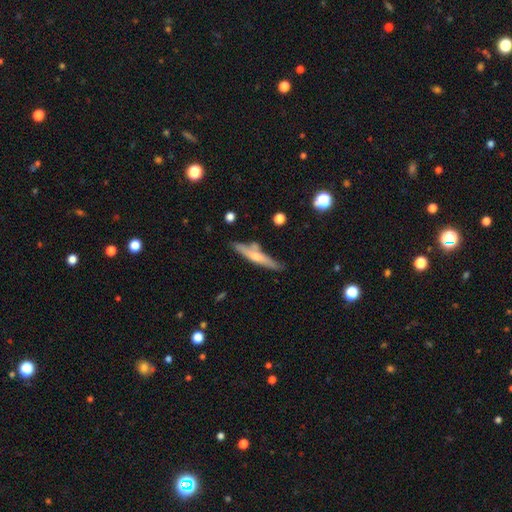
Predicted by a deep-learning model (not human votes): A featured or disk galaxy (54%) viewed edge-on (92%).

Vote fractions:
- Smooth or featured? featured or disk: 54% / smooth: 39% / star or artifact: 7%
- Edge-on disk? yes: 92% / no: 8%
- Merging? none: 75% / minor disturbance: 16% / merger: 6% / major disturbance: 3%